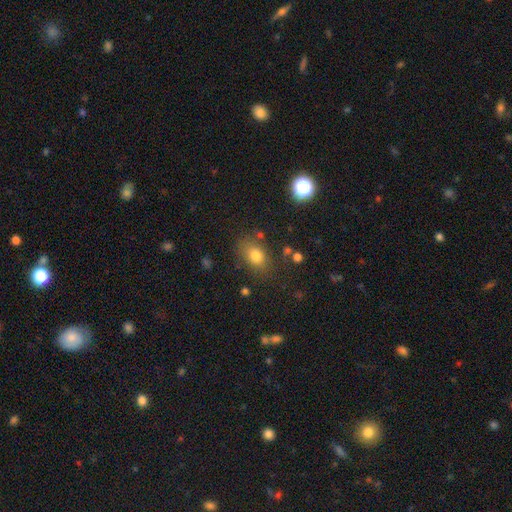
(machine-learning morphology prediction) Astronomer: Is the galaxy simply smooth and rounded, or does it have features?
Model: smooth — 78%.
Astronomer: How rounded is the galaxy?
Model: in between — 71%.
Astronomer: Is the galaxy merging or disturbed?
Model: none — 76%.